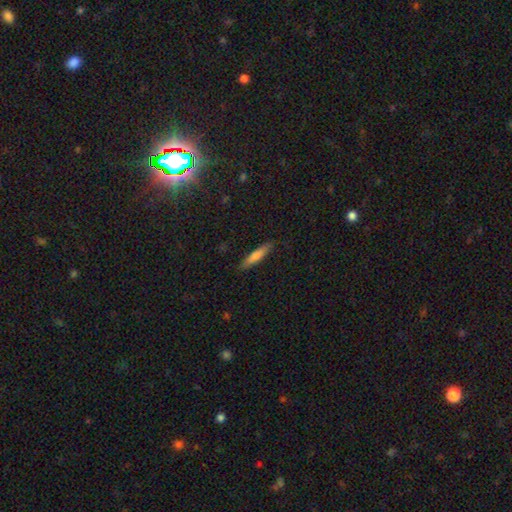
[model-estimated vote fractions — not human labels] A smooth galaxy with no disk features (71%) that is cigar-shaped (86%).

Vote fractions:
- Smooth or featured? smooth: 71% / featured or disk: 23% / star or artifact: 6%
- How rounded? cigar-shaped: 86% / in between: 13% / round: 1%
- Merging? none: 87% / minor disturbance: 10% / major disturbance: 2% / merger: 1%